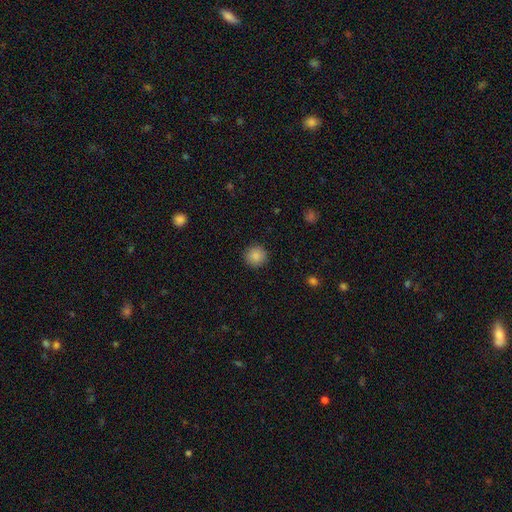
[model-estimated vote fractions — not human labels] A smooth galaxy with no disk features (87%) that is round (94%). Merging: none (92%).